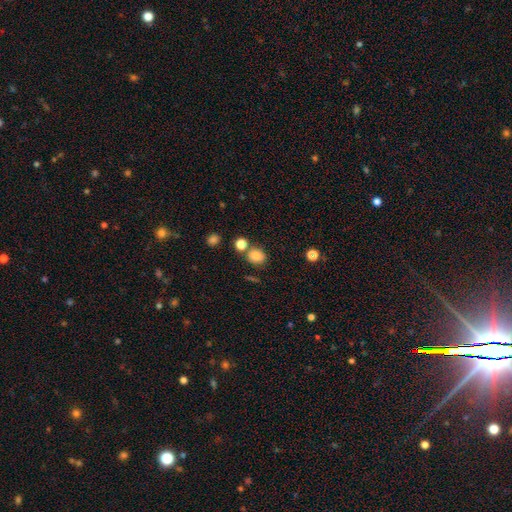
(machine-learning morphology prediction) smooth_or_featured: smooth (p=0.80) [alt: star or artifact p=0.13]
how_rounded: round (p=0.68) [alt: in between p=0.31]
merging: none (p=0.72) [alt: merger p=0.13]